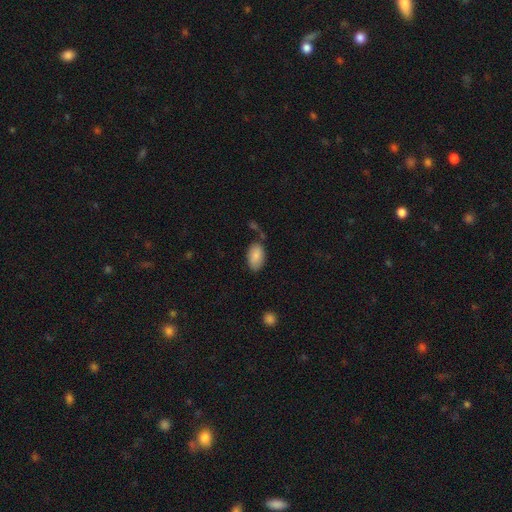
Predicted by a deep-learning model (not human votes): Smooth or featured? Predicted: smooth (p=0.86). How rounded? Predicted: in between (p=0.94). Merging? Predicted: none (p=0.73).